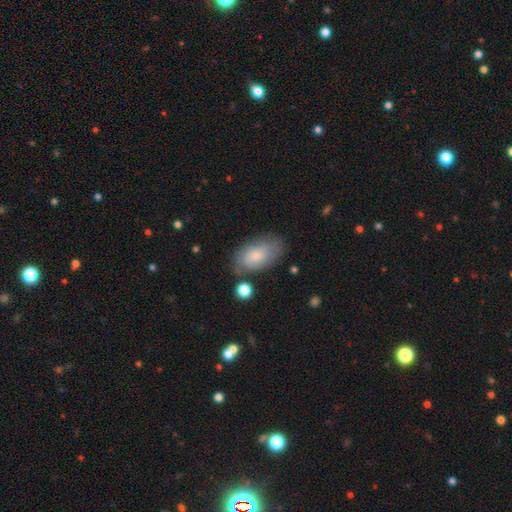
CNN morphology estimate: Smooth or featured?
  - smooth: 71% *
  - featured or disk: 22%
  - star or artifact: 7%
How rounded?
  - in between: 93% *
  - round: 4%
  - cigar-shaped: 2%
Merging?
  - none: 67% *
  - minor disturbance: 21%
  - major disturbance: 7%
  - merger: 5%